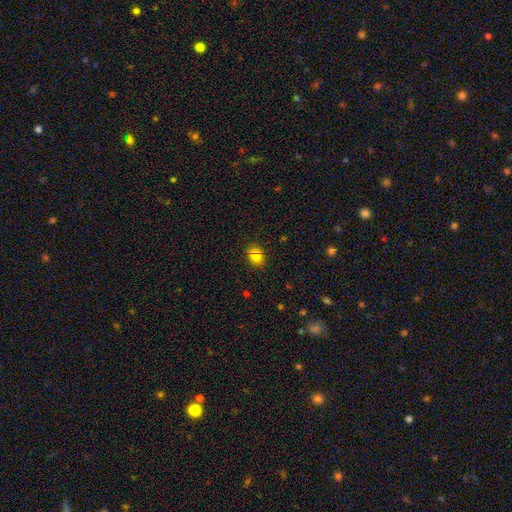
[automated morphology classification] A smooth galaxy with no disk features (77%) that is in between round and cigar-shaped (57%).

Vote fractions:
- Smooth or featured? smooth: 77% / star or artifact: 15% / featured or disk: 8%
- How rounded? in between: 57% / round: 42% / cigar-shaped: 1%
- Merging? none: 81% / minor disturbance: 12% / merger: 5% / major disturbance: 3%